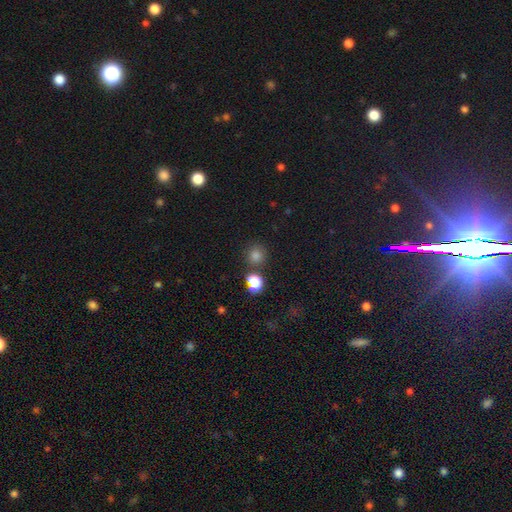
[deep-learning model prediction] Q: Smooth or featured?
A: smooth (76%); runner-up: star or artifact (19%)
Q: How rounded?
A: round (91%); runner-up: in between (8%)
Q: Merging?
A: none (80%); runner-up: merger (9%)